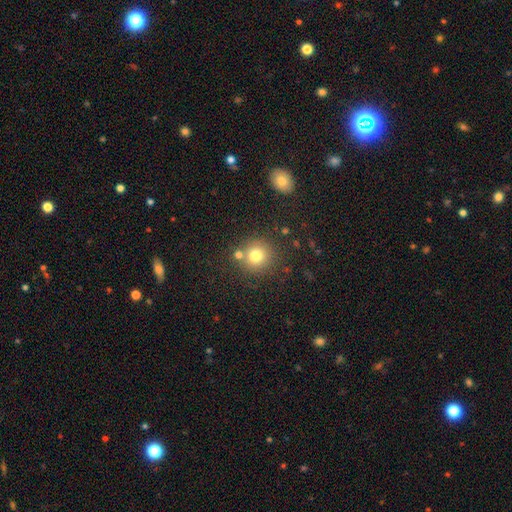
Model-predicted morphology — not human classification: Q: Smooth or featured?
A: smooth (77%); runner-up: star or artifact (14%)
Q: How rounded?
A: round (92%); runner-up: in between (7%)
Q: Merging?
A: none (74%); runner-up: merger (14%)